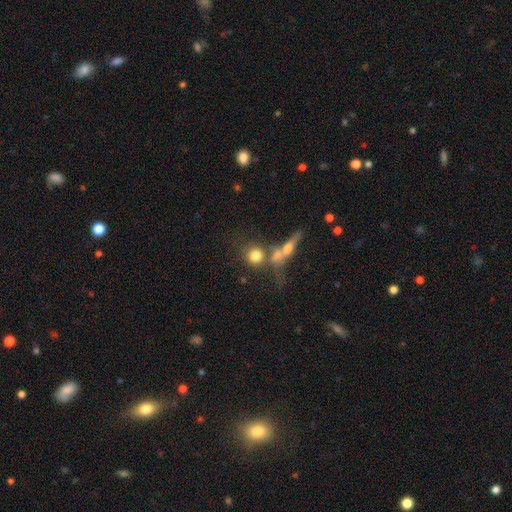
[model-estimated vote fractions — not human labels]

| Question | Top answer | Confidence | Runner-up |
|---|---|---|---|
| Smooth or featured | smooth | 74% | featured or disk (16%) |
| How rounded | round | 82% | in between (14%) |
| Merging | none | 50% | merger (32%) |